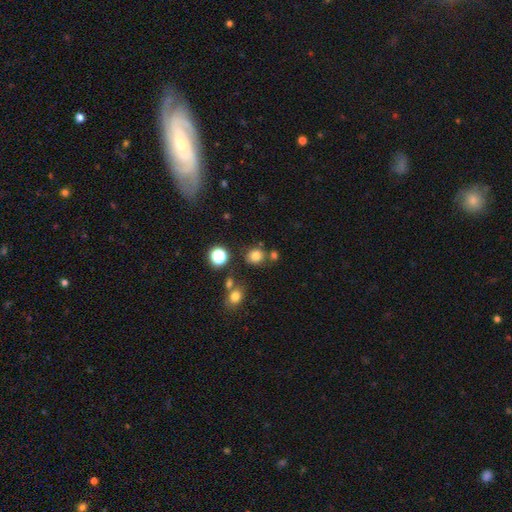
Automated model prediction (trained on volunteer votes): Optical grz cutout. It shows a smooth galaxy with no disk features (77%) that is round (79%). Merging: none (72%).